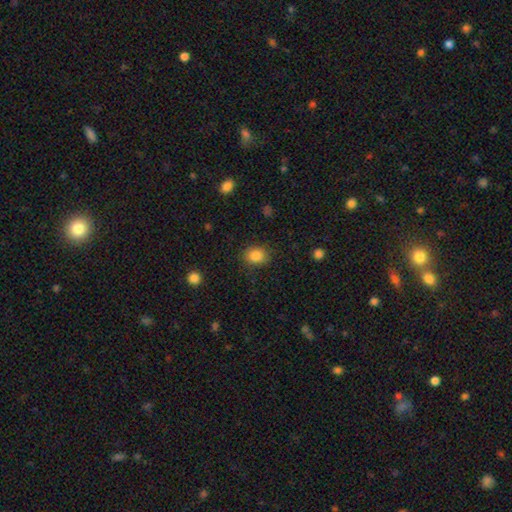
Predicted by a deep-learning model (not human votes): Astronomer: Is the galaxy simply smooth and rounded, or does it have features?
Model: smooth — 84%.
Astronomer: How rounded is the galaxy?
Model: round — 56% (runner-up: in between, 43%).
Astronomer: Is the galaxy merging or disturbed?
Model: none — 85%.